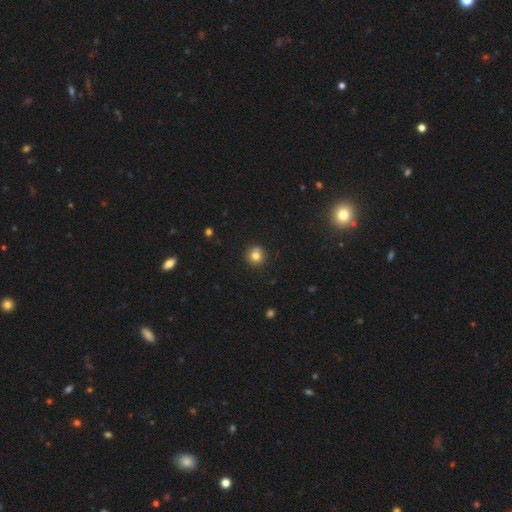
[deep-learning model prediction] smooth_or_featured: smooth (p=0.78) [alt: star or artifact p=0.13]
how_rounded: round (p=0.92) [alt: in between p=0.07]
merging: none (p=0.80) [alt: minor disturbance p=0.11]